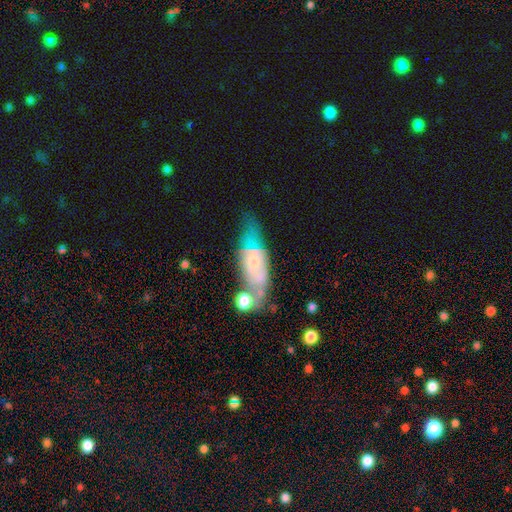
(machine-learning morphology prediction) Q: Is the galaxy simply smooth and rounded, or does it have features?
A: featured or disk — 61%.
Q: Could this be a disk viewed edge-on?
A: no — 70%.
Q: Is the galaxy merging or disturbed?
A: none — 52%.